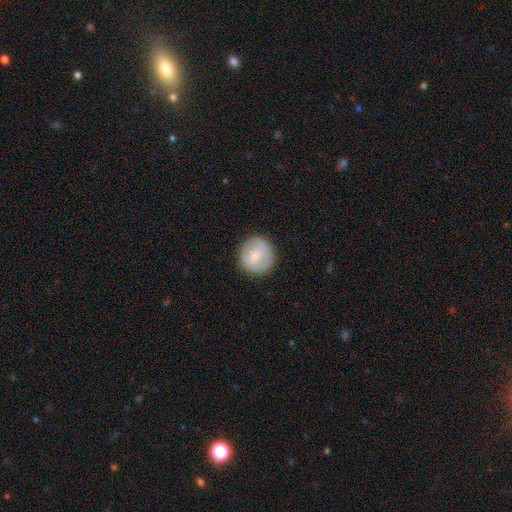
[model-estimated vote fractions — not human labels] Smooth or featured? Predicted: smooth (p=0.65). How rounded? Predicted: round (p=0.92). Merging? Predicted: none (p=0.86).